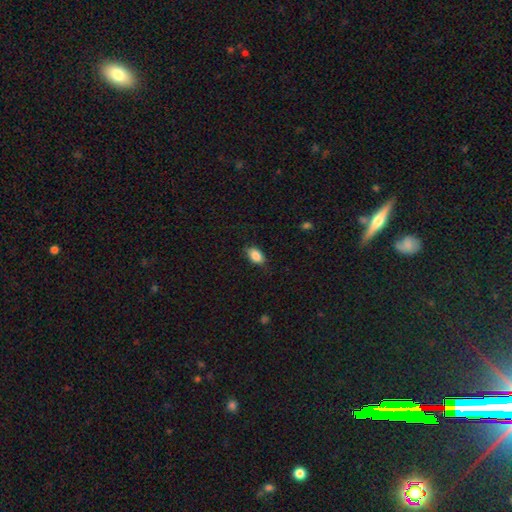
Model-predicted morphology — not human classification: smooth 87%, star or artifact 7%, featured or disk 6%. Down the decision tree: how rounded — in between (90%); merging — none (79%).